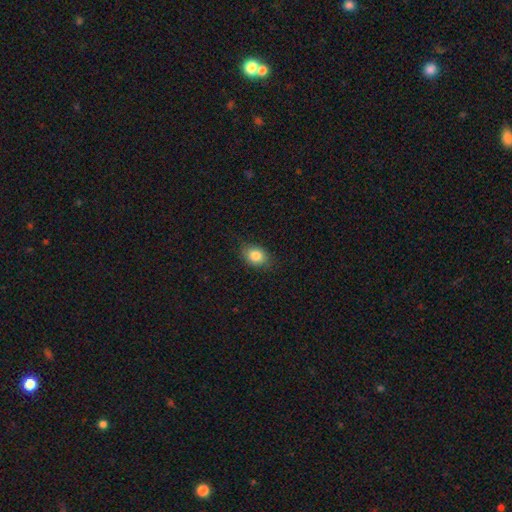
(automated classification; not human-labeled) smooth 82%, star or artifact 9%, featured or disk 9%. Down the decision tree: how rounded — in between (64%); merging — none (78%).